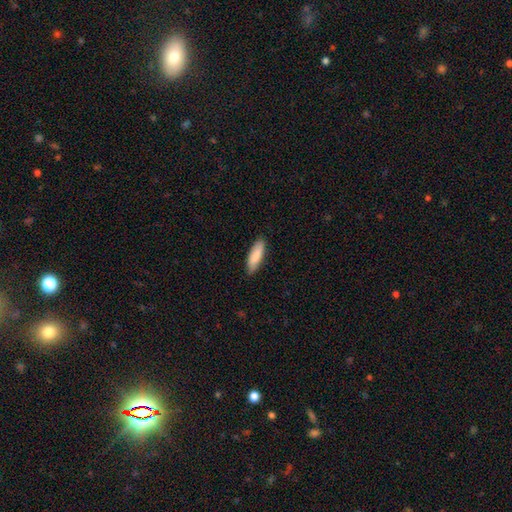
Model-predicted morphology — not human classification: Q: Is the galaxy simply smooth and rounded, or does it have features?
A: smooth — 86%.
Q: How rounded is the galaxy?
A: in between — 50%.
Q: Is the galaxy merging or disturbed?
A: none — 87%.